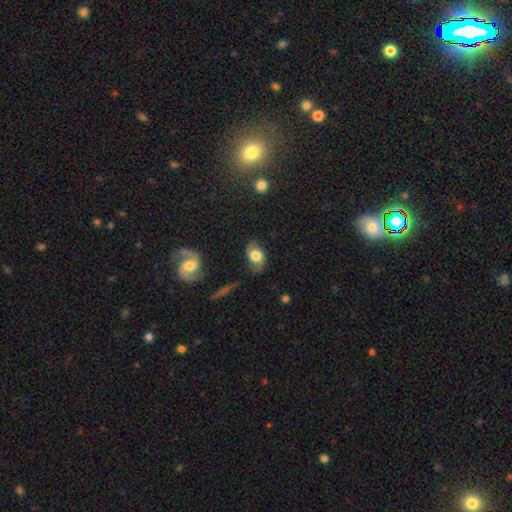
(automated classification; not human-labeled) Morphology: type=featured or disk (55%); edge-on=no (94%); bar=no (65%); spiral arms=yes (87%); bulge=large (47%); merging=none (70%).